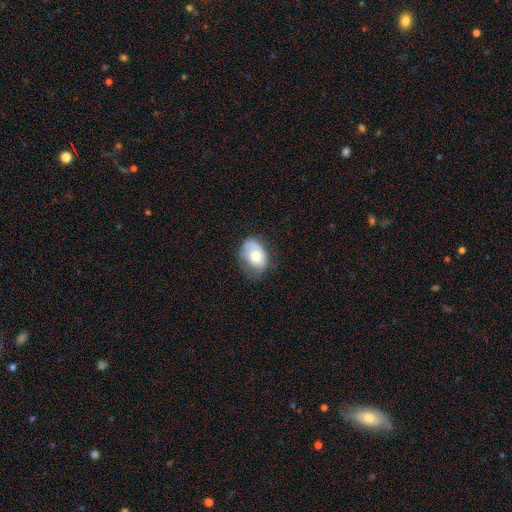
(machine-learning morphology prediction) smooth_or_featured: smooth (p=0.62) [alt: featured or disk p=0.32]
how_rounded: in between (p=0.80) [alt: round p=0.19]
merging: none (p=0.45) [alt: minor disturbance p=0.34]